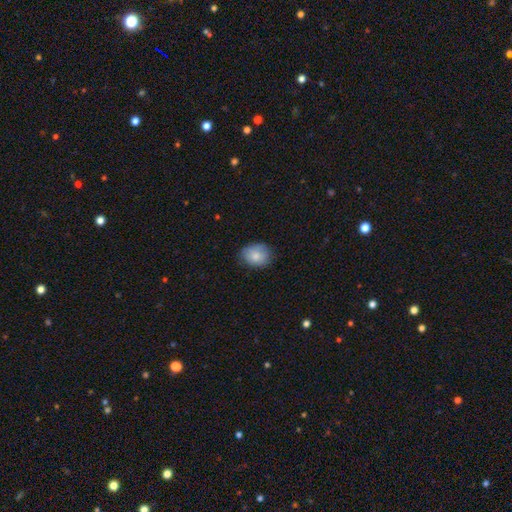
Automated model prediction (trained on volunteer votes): smooth_or_featured: smooth (p=0.82) [alt: featured or disk p=0.11]
how_rounded: in between (p=0.51) [alt: round p=0.48]
merging: none (p=0.74) [alt: minor disturbance p=0.21]